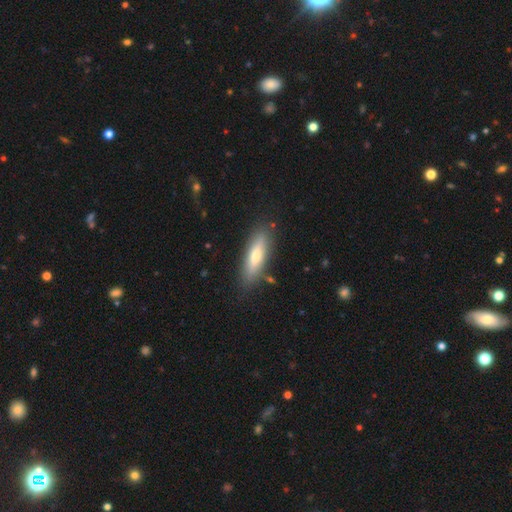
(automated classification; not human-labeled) Smooth or featured? Predicted: smooth (p=0.61). How rounded? Predicted: cigar-shaped (p=0.61). Merging? Predicted: none (p=0.84).